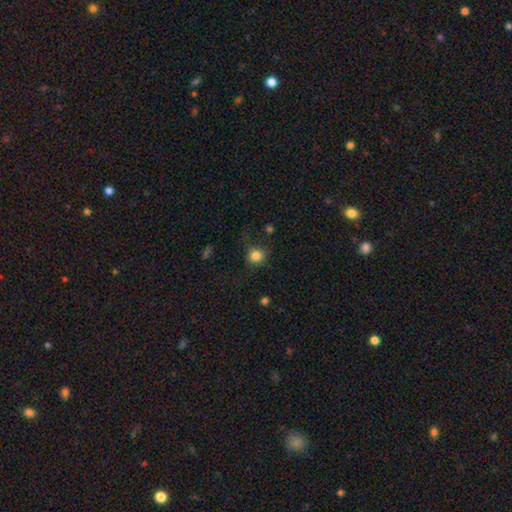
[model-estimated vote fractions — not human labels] smooth 82%, star or artifact 12%, featured or disk 6%. Down the decision tree: how rounded — round (85%); merging — none (71%).